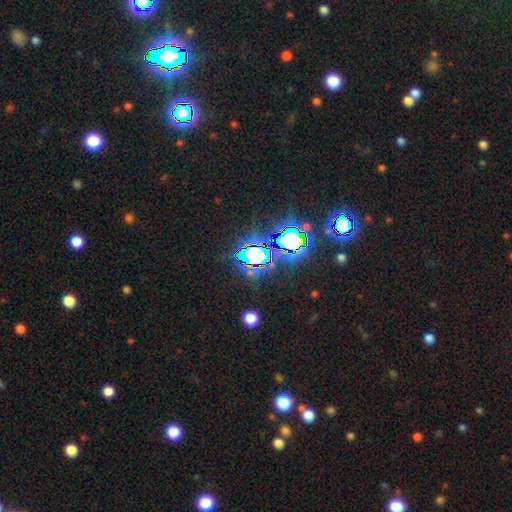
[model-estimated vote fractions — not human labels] smooth-or-featured: star or artifact: 75% | smooth: 15% | featured or disk: 10%